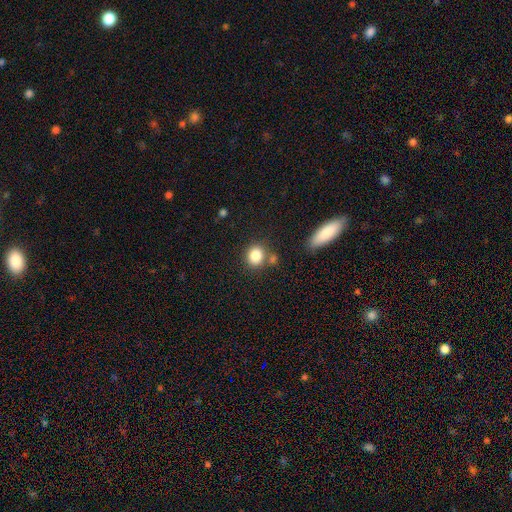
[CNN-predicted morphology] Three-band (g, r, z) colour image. It shows a smooth galaxy with no disk features (84%) that is round (77%). Merging: none (71%).